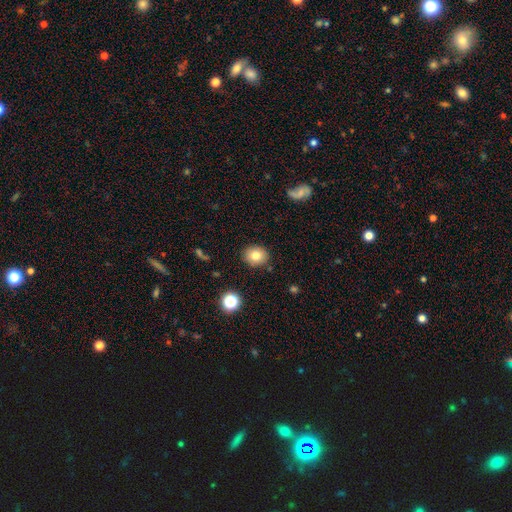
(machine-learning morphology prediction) smooth_or_featured: smooth (p=0.79) [alt: star or artifact p=0.11]
how_rounded: round (p=0.69) [alt: in between p=0.30]
merging: none (p=0.88) [alt: minor disturbance p=0.08]